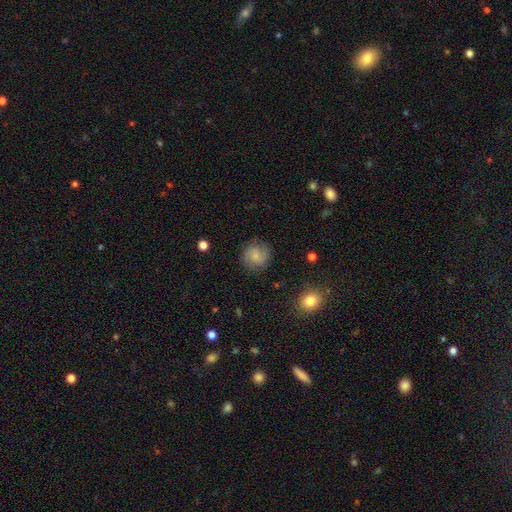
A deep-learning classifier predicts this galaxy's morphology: Overall: smooth (68%). How rounded: round (89%). Merging: none (81%).